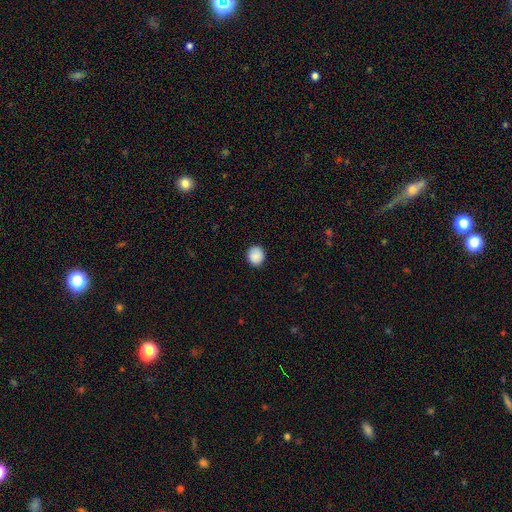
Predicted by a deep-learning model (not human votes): Smooth or featured?
  - smooth: 89% *
  - star or artifact: 8%
  - featured or disk: 3%
How rounded?
  - round: 85% *
  - in between: 14%
  - cigar-shaped: 1%
Merging?
  - none: 90% *
  - minor disturbance: 8%
  - major disturbance: 2%
  - merger: 1%